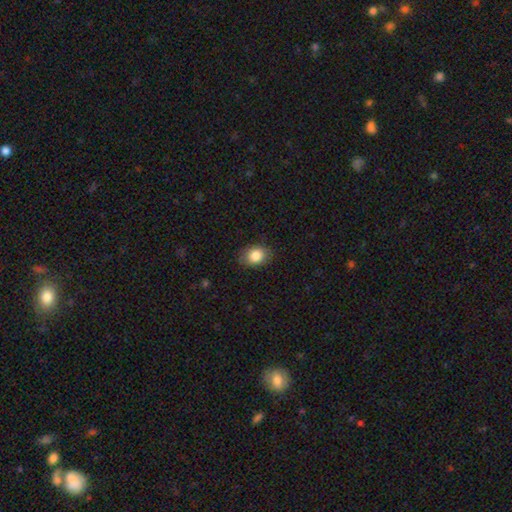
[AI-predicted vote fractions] Smooth or featured? Predicted: smooth (p=0.85). How rounded? Predicted: in between (p=0.70). Merging? Predicted: none (p=0.83).